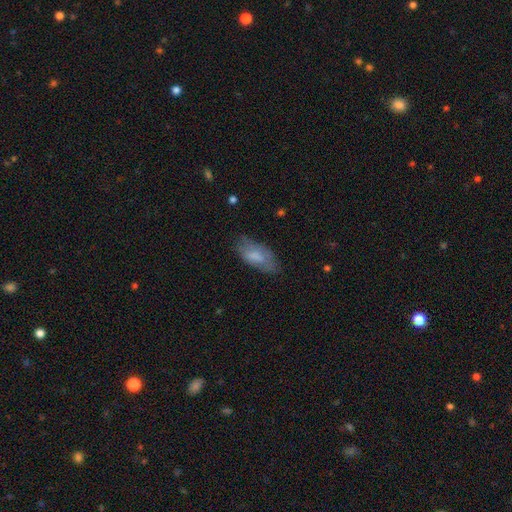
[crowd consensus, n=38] This appears to be a smooth galaxy with no disk features (76%) that is in between round and cigar-shaped (93%). Merging: none (56%).